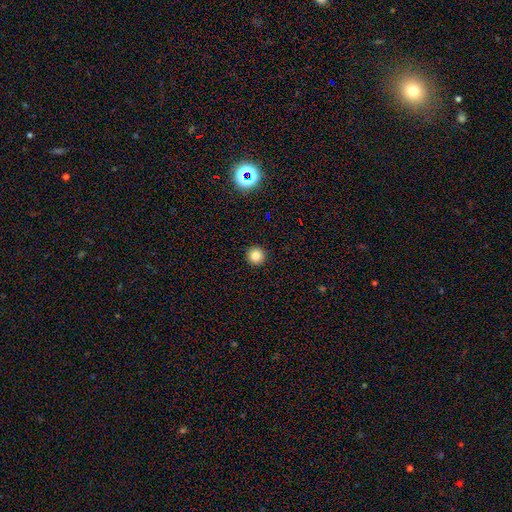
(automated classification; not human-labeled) smooth_or_featured: smooth (p=0.83) [alt: star or artifact p=0.12]
how_rounded: round (p=0.96) [alt: in between p=0.03]
merging: none (p=0.94) [alt: minor disturbance p=0.04]